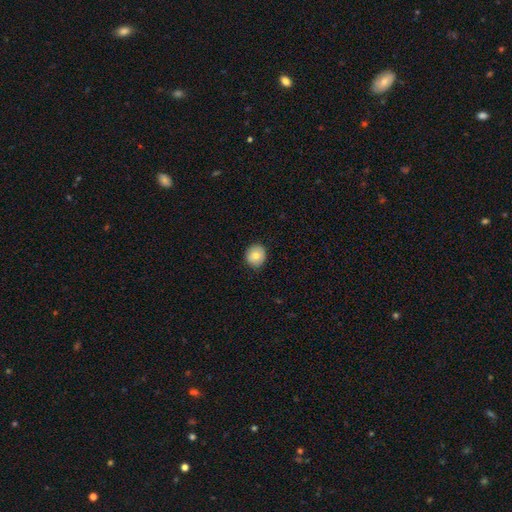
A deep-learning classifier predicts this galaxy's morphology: Smooth or featured: smooth — 79% (featured or disk — 13%)
How rounded: round — 84% (in between — 15%)
Merging: none — 86% (minor disturbance — 11%)